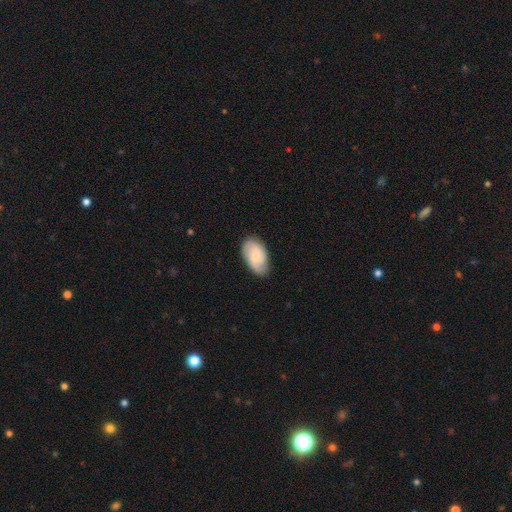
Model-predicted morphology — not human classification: This appears to be a smooth galaxy with no disk features (50%). Merging: none (76%).